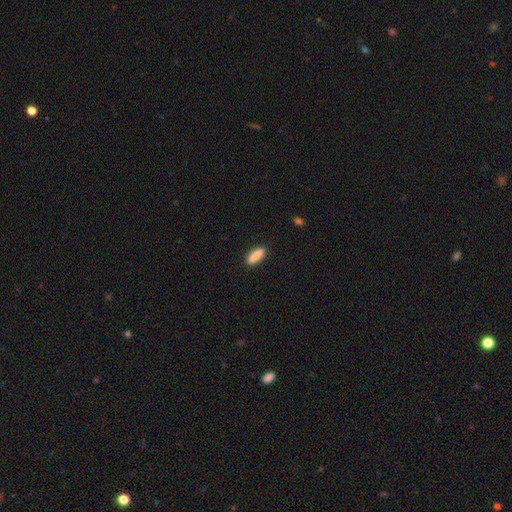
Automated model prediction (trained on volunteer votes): This appears to be a smooth galaxy with no disk features (87%) that is cigar-shaped (52%). Merging: none (89%).